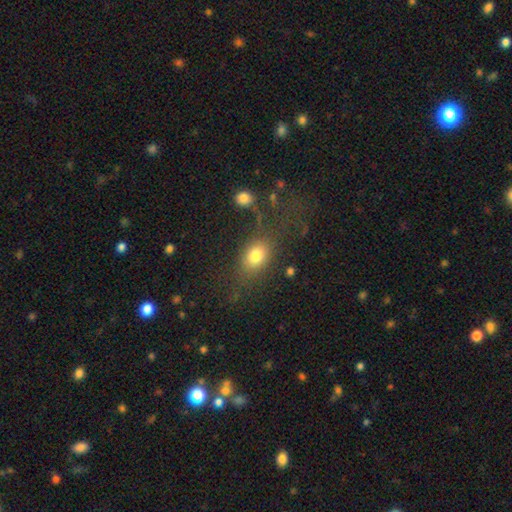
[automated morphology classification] Smooth or featured? Predicted: smooth (p=0.77). How rounded? Predicted: in between (p=0.70). Merging? Predicted: none (p=0.70).